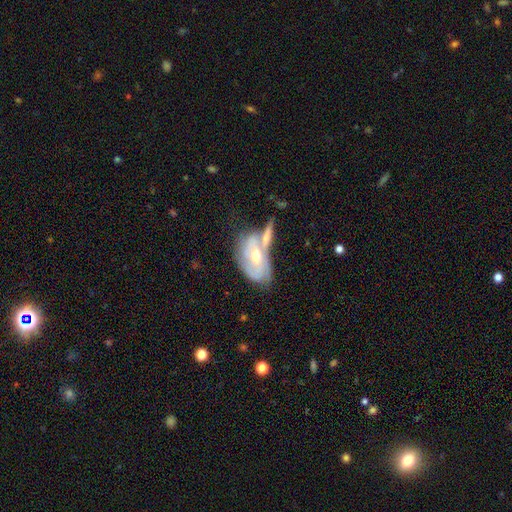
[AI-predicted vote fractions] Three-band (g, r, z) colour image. It shows a featured or disk galaxy (69%) with no bar (58%), spiral arms (71%) and a moderate central bulge (65%). Merging: merger (39%).